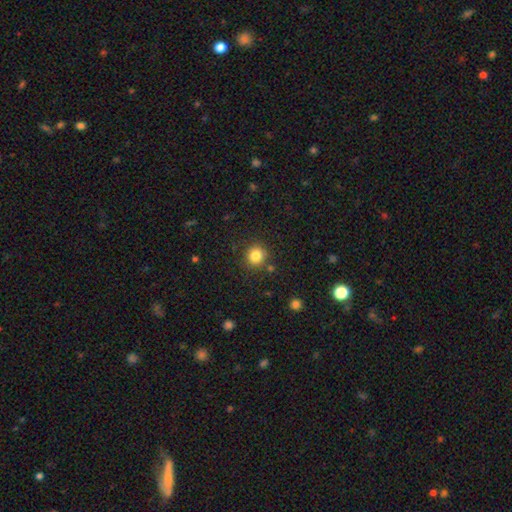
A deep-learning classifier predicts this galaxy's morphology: A smooth galaxy with no disk features (83%) that is round (90%). Merging: none (86%).